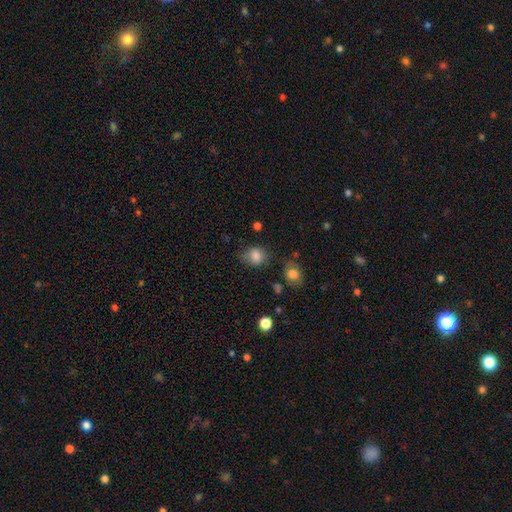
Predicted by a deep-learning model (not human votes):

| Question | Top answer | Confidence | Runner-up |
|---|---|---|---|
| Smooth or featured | smooth | 81% | star or artifact (10%) |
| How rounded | round | 53% | in between (46%) |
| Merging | none | 60% | minor disturbance (27%) |